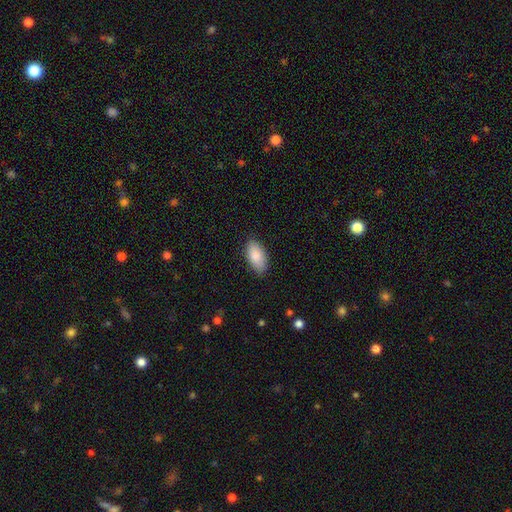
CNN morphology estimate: smooth_or_featured: smooth (p=0.86) [alt: featured or disk p=0.08]
how_rounded: in between (p=0.94) [alt: cigar-shaped p=0.04]
merging: none (p=0.85) [alt: minor disturbance p=0.12]